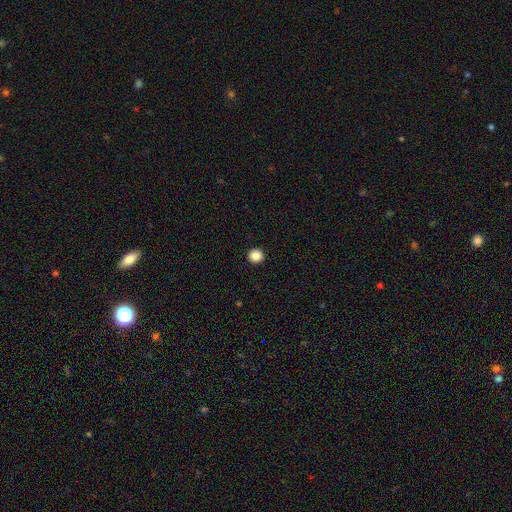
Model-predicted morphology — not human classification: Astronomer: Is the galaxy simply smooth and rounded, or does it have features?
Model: smooth — 87%.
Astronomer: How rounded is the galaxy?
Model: round — 96%.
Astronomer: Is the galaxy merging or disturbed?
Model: none — 94%.